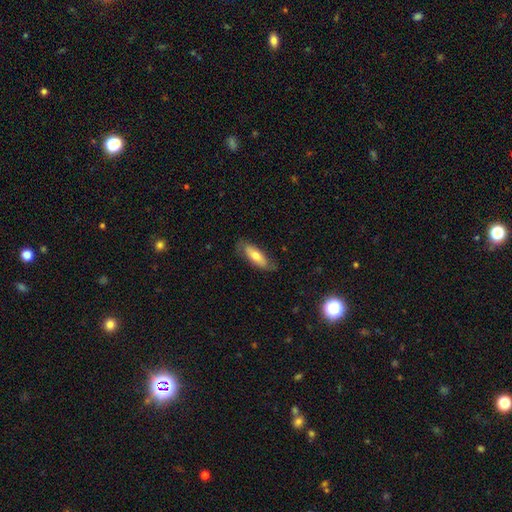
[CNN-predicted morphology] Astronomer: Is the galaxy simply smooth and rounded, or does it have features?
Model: smooth — 65%.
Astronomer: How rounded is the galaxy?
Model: in between — 64%.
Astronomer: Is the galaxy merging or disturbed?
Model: none — 73%.